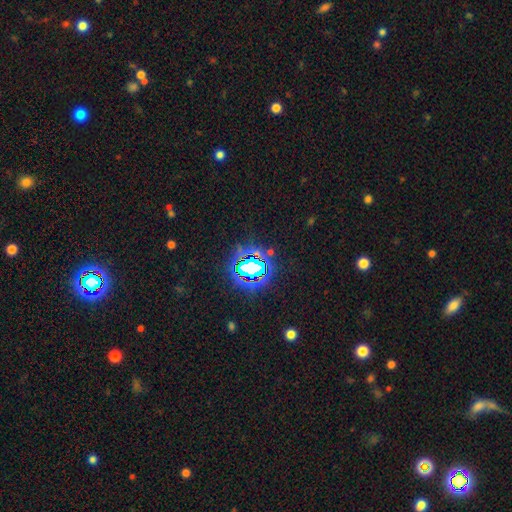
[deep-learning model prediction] The model was most divided on "smooth or featured": star or artifact: 74%, smooth: 15%, featured or disk: 11%.